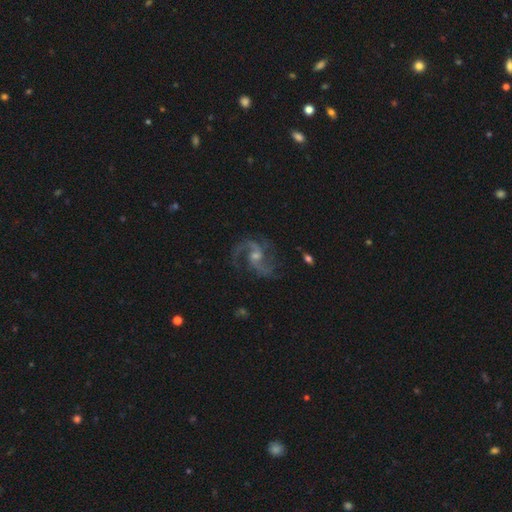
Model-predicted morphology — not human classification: A featured or disk galaxy (90%) with no bar (45%), 2 (85%) medium (53%) spiral arms (98%) and a small central bulge (47%). Merging: none (74%).